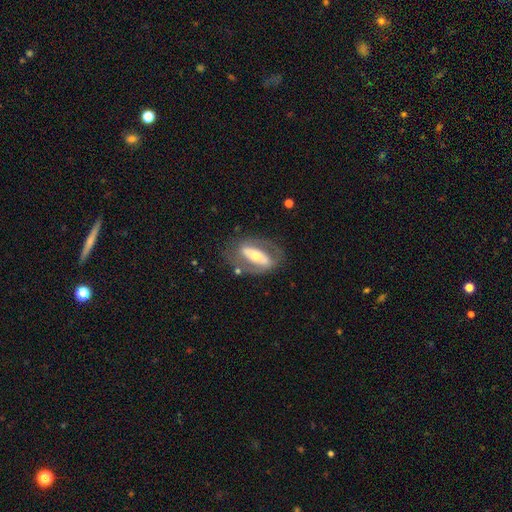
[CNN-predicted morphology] This appears to be a featured or disk galaxy (72%) with a strong bar (55%), spiral arms (54%) and a moderate central bulge (53%). Merging: none (67%).